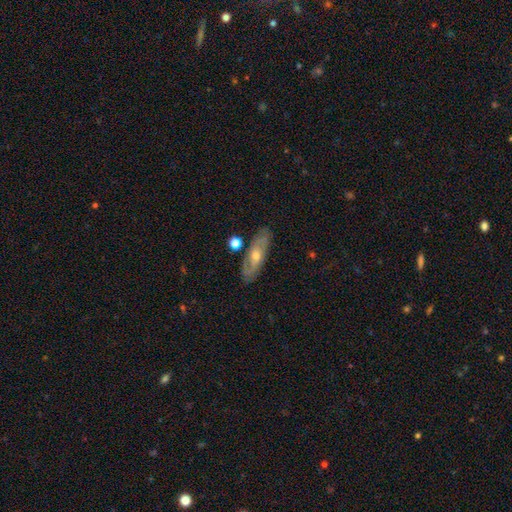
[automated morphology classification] smooth_or_featured: featured or disk (p=0.67) [alt: smooth p=0.26]
disk_edge_on: no (p=0.76) [alt: yes p=0.24]
bar: no (p=0.65) [alt: weak p=0.28]
has_spiral_arms: yes (p=0.69) [alt: no p=0.31]
bulge_size: moderate (p=0.59) [alt: small p=0.36]
merging: none (p=0.82) [alt: minor disturbance p=0.12]